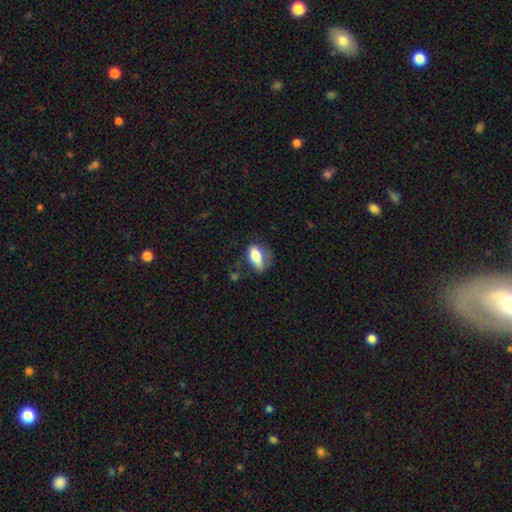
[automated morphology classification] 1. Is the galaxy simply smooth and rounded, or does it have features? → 70% smooth, 23% featured or disk, 7% star or artifact.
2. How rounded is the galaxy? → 82% in between, 11% cigar-shaped, 7% round.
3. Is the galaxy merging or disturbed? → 48% none, 31% minor disturbance, 17% major disturbance, 3% merger.